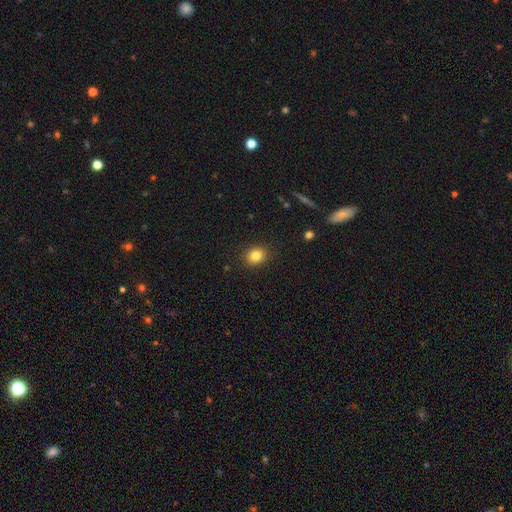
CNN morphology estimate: smooth 82%, star or artifact 11%, featured or disk 7%. Down the decision tree: how rounded — round (59%); merging — none (89%).